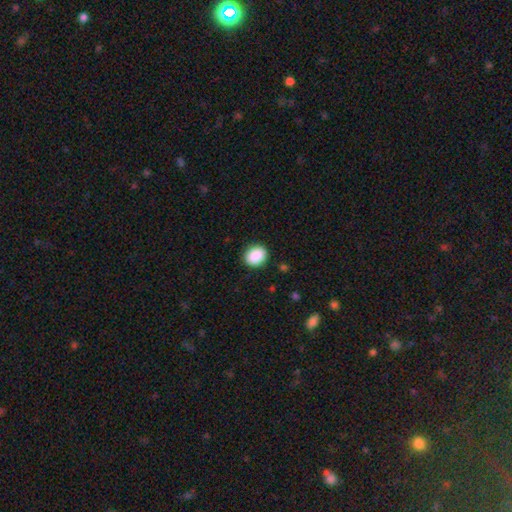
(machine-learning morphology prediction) Overall: smooth (90%). How rounded: round (52%; in between 47%). Merging: none (90%).